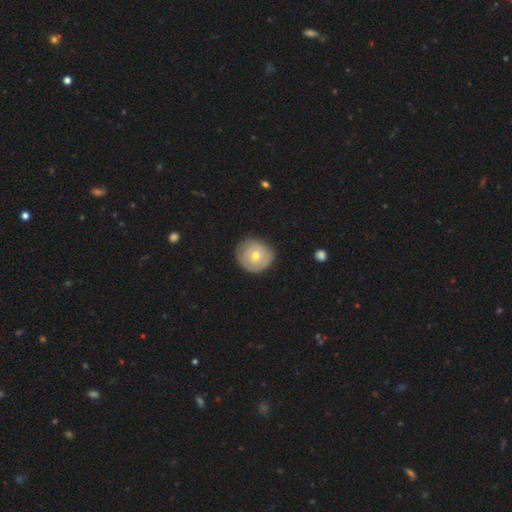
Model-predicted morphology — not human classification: type=smooth (54%); roundness=round (89%); merging=none (78%).